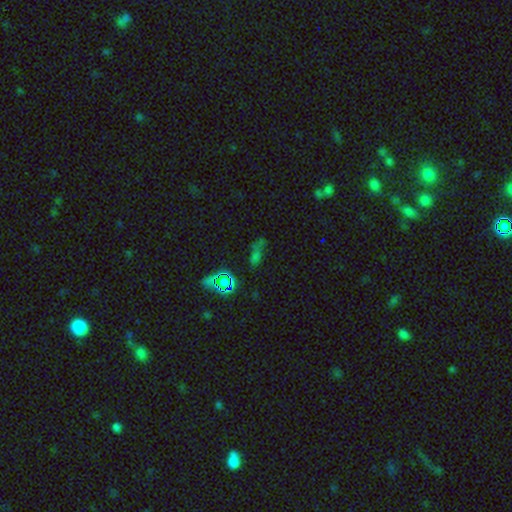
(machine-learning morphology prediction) smooth-or-featured: star or artifact: 49% | smooth: 39% | featured or disk: 12%